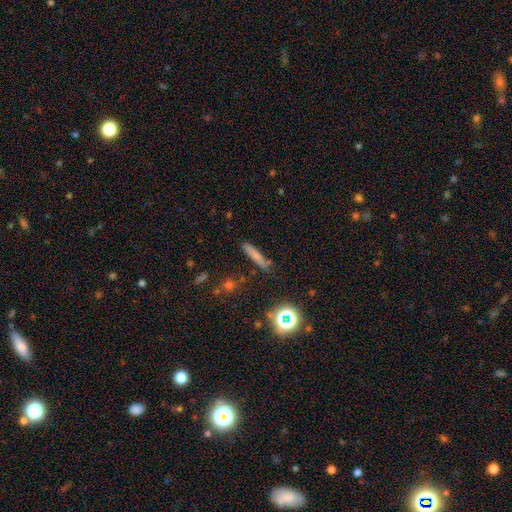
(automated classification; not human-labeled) A smooth galaxy with no disk features (66%) that is cigar-shaped (88%).

Vote fractions:
- Smooth or featured? smooth: 66% / featured or disk: 20% / star or artifact: 14%
- How rounded? cigar-shaped: 88% / in between: 9% / round: 4%
- Merging? none: 82% / minor disturbance: 12% / merger: 3% / major disturbance: 3%